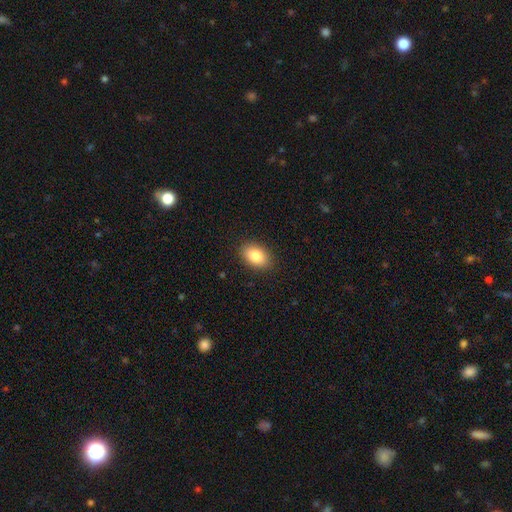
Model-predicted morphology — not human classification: Smooth or featured? Predicted: smooth (p=0.84). How rounded? Predicted: in between (p=0.86). Merging? Predicted: none (p=0.89).